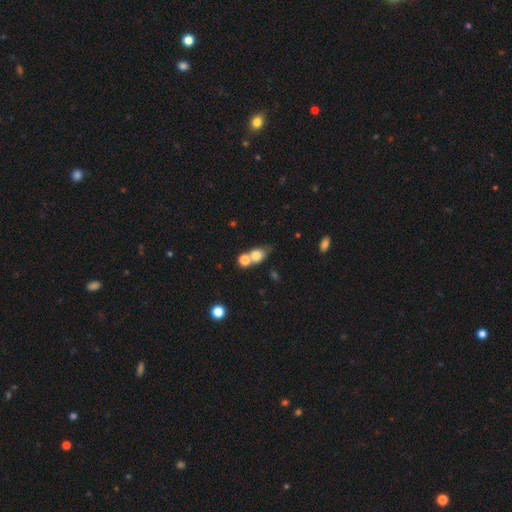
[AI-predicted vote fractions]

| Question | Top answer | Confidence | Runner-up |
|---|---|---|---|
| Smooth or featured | smooth | 76% | featured or disk (14%) |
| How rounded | in between | 55% | round (42%) |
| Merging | merger | 49% | none (34%) |